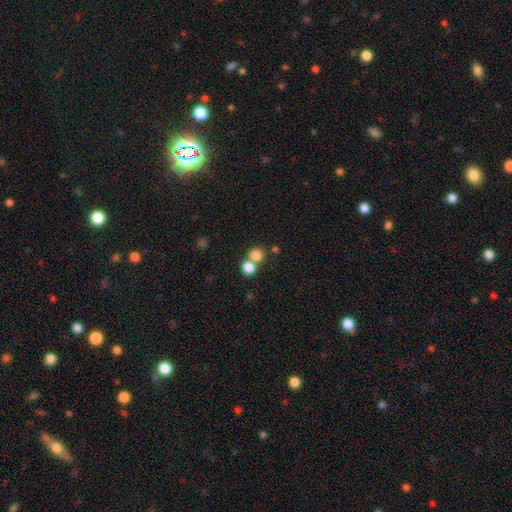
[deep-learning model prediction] This appears to be a smooth galaxy with no disk features (80%) that is round (85%). Merging: none (49%).